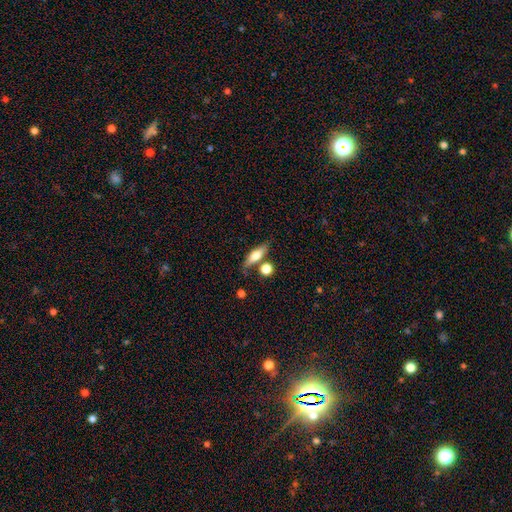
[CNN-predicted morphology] Smooth or featured? Predicted: smooth (p=0.57). How rounded? Predicted: cigar-shaped (p=0.47). Merging? Predicted: none (p=0.67).